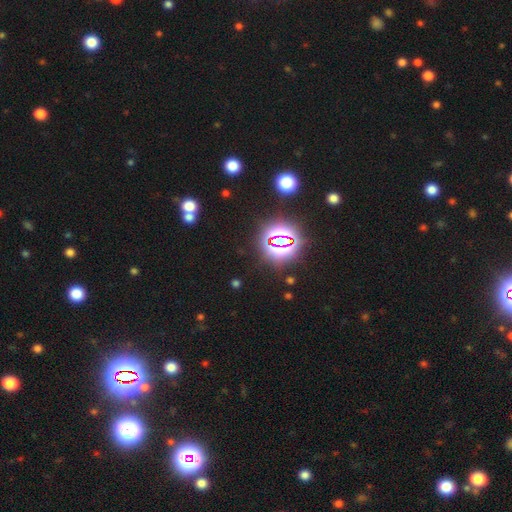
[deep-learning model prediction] This appears to be a star or artifact, not a galaxy (78%).